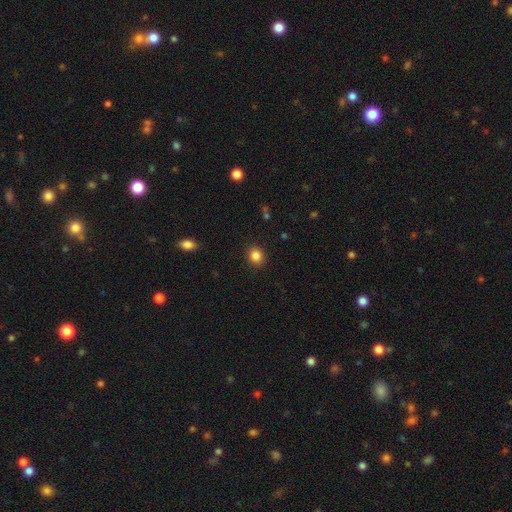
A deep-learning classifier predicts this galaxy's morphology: Overall: smooth (86%). How rounded: round (78%). Merging: none (90%).